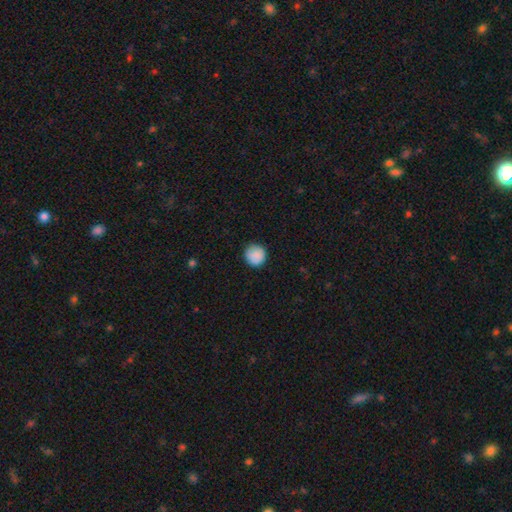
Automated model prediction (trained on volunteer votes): Morphology: type=smooth (87%); roundness=round (94%); merging=none (87%).